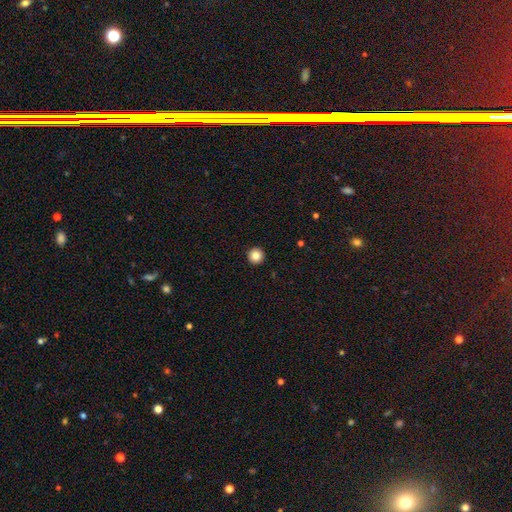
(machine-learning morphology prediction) smooth_or_featured: smooth (p=0.85) [alt: star or artifact p=0.10]
how_rounded: round (p=0.96) [alt: in between p=0.03]
merging: none (p=0.94) [alt: minor disturbance p=0.04]